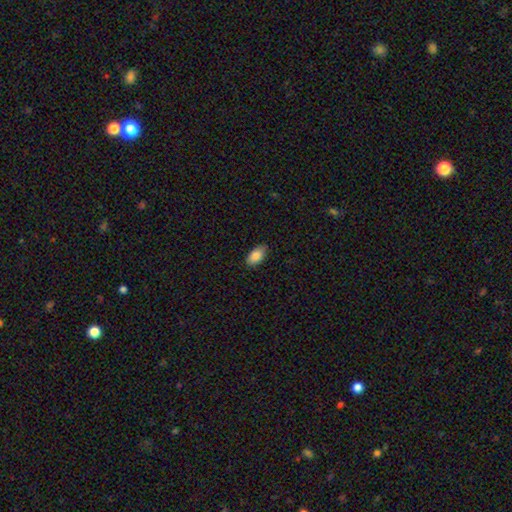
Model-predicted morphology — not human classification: This is clearly a smooth galaxy (87%). How rounded: clearly in between (94%). Merging: clearly none (85%).